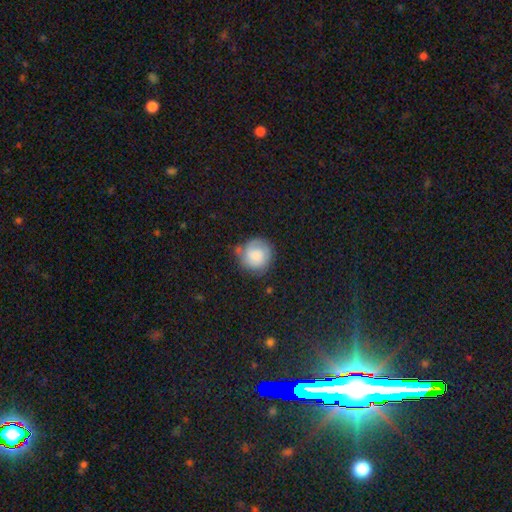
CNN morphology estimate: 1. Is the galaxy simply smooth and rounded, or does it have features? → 70% smooth, 22% featured or disk, 8% star or artifact.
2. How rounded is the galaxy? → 89% round, 10% in between, 1% cigar-shaped.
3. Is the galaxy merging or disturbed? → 61% none, 26% minor disturbance, 9% major disturbance, 5% merger.